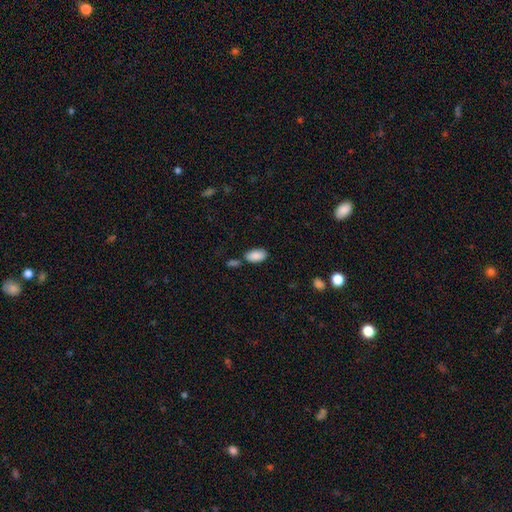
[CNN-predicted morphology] The model was most divided on "merging": none: 71%, minor disturbance: 14%, merger: 11%, major disturbance: 4%. More confident: how rounded — in between (94%); smooth or featured — smooth (89%).